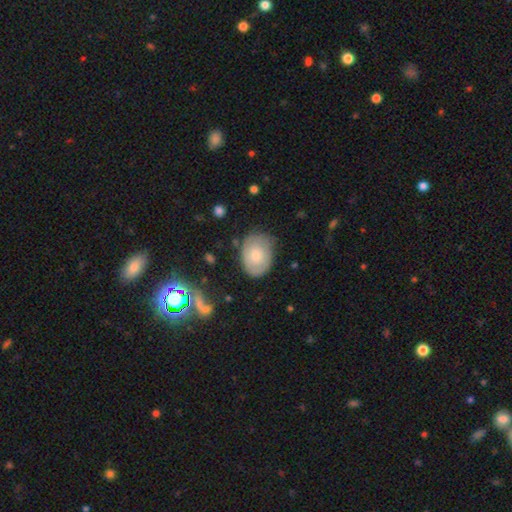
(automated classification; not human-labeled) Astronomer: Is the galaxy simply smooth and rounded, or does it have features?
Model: smooth — 63%.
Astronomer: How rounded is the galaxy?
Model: in between — 74%.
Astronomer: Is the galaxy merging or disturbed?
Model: none — 69%.